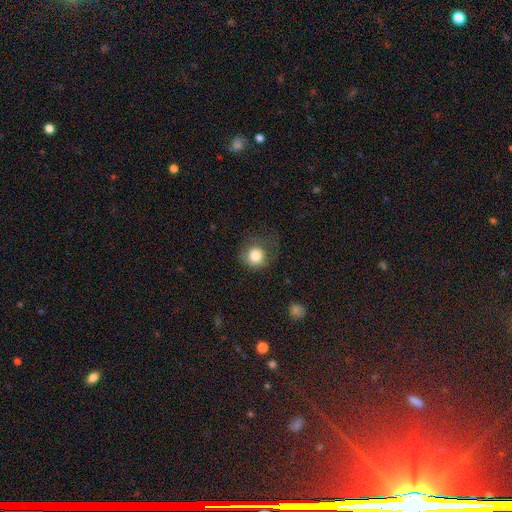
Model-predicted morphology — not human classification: Smooth or featured? Predicted: smooth (p=0.82). How rounded? Predicted: round (p=0.87). Merging? Predicted: none (p=0.56).